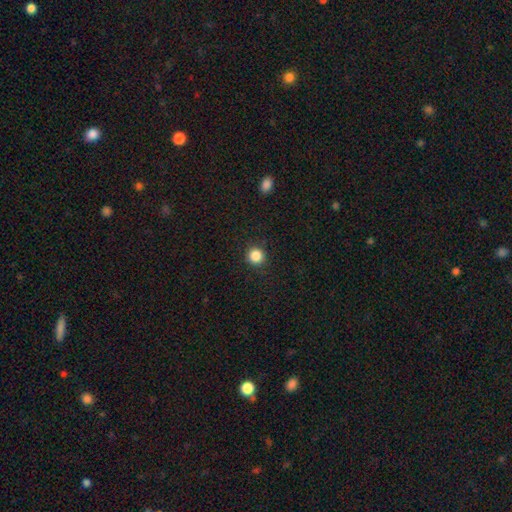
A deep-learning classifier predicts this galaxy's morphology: Smooth or featured: smooth — 86% (star or artifact — 11%)
How rounded: round — 95% (in between — 4%)
Merging: none — 91% (minor disturbance — 5%)